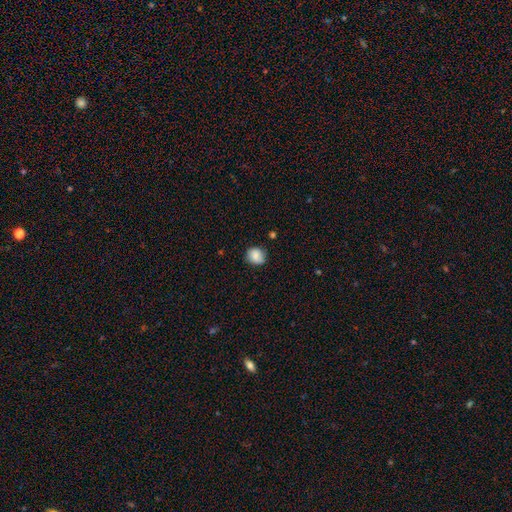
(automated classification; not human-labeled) A smooth galaxy with no disk features (80%) that is round (78%).

Vote fractions:
- Smooth or featured? smooth: 80% / featured or disk: 11% / star or artifact: 9%
- How rounded? round: 78% / in between: 21% / cigar-shaped: 1%
- Merging? none: 75% / minor disturbance: 19% / major disturbance: 4% / merger: 2%